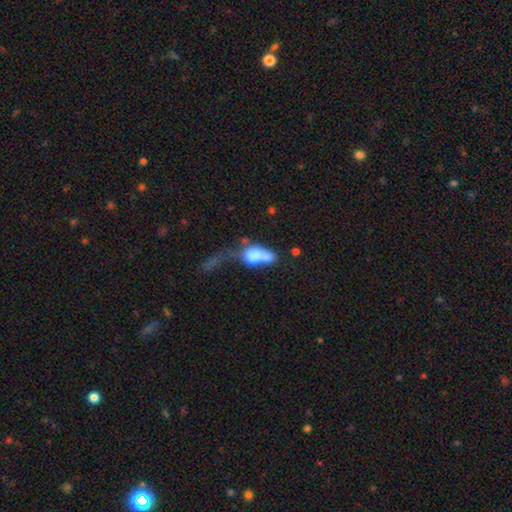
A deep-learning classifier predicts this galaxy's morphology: Smooth or featured: smooth — 61% (featured or disk — 29%)
How rounded: in between — 77% (round — 13%)
Merging: merger — 49% (major disturbance — 29%)